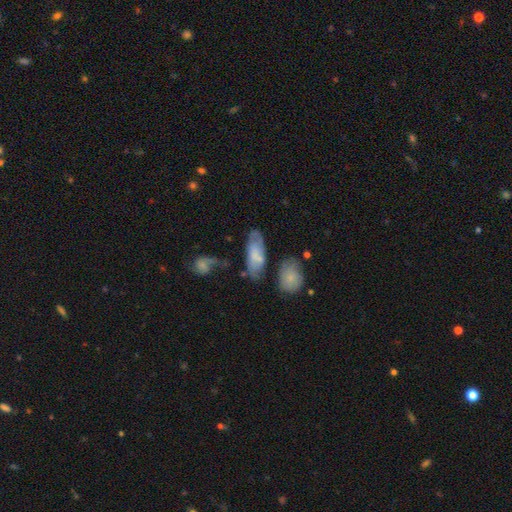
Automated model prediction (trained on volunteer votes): smooth 59%, featured or disk 34%, star or artifact 7%. Down the decision tree: how rounded — in between (83%); merging — none (57%).